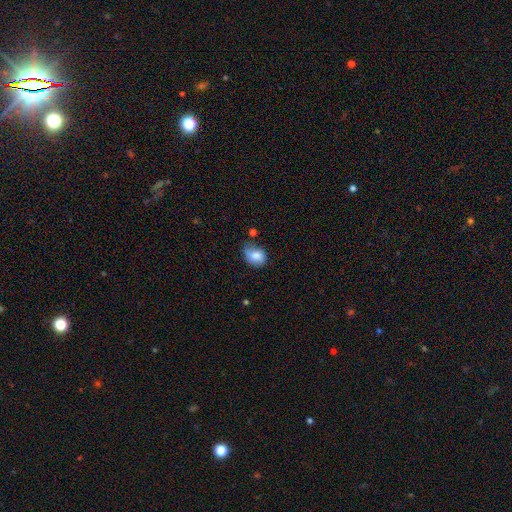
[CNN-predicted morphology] Q: Smooth or featured?
A: smooth (76%); runner-up: featured or disk (16%)
Q: How rounded?
A: in between (50%); runner-up: round (49%)
Q: Merging?
A: none (49%); runner-up: minor disturbance (35%)